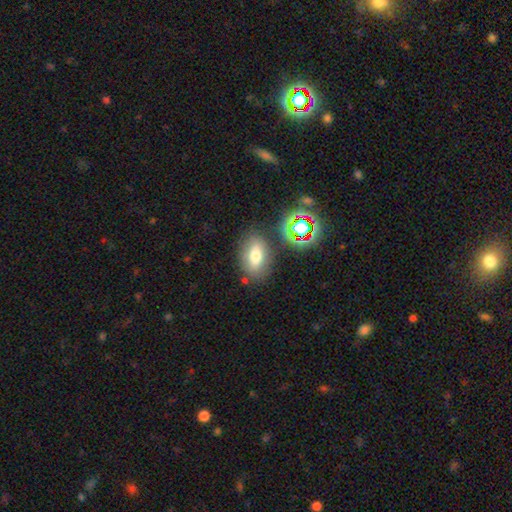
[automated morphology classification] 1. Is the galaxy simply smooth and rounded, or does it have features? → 66% smooth, 18% featured or disk, 15% star or artifact.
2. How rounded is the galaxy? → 83% in between, 14% round, 4% cigar-shaped.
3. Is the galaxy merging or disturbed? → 76% none, 14% minor disturbance, 5% merger, 5% major disturbance.